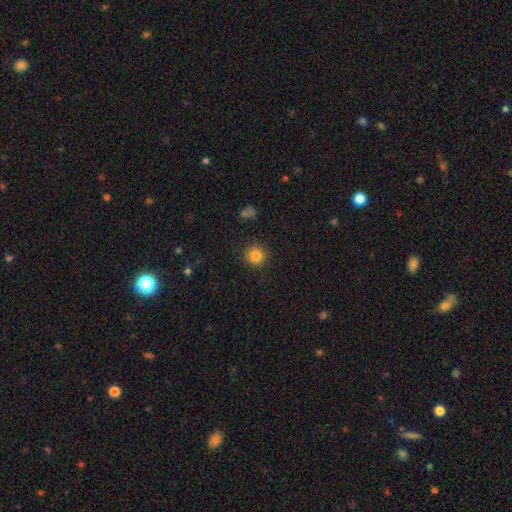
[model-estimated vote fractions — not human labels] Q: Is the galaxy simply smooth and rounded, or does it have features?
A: smooth — 83%.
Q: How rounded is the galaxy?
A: round — 94%.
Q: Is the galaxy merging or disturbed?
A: none — 90%.